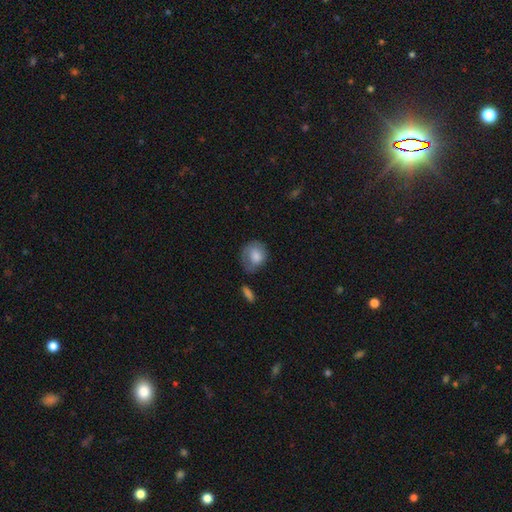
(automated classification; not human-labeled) smooth 79%, featured or disk 14%, star or artifact 7%. Down the decision tree: how rounded — round (56%); merging — none (46%).